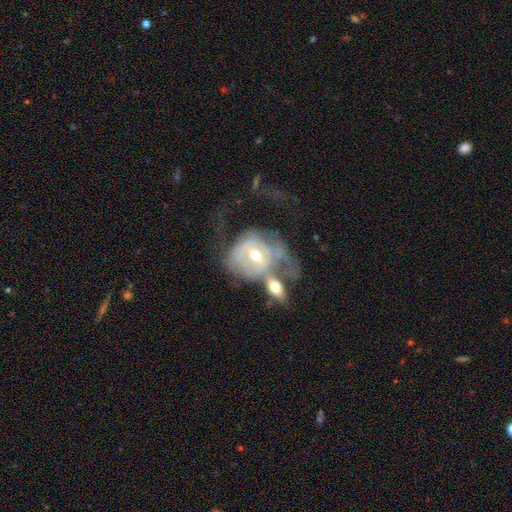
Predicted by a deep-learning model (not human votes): A featured or disk galaxy (70%) with no bar (51%), spiral arms (57%) and a moderate central bulge (65%). Merging: merger (47%).